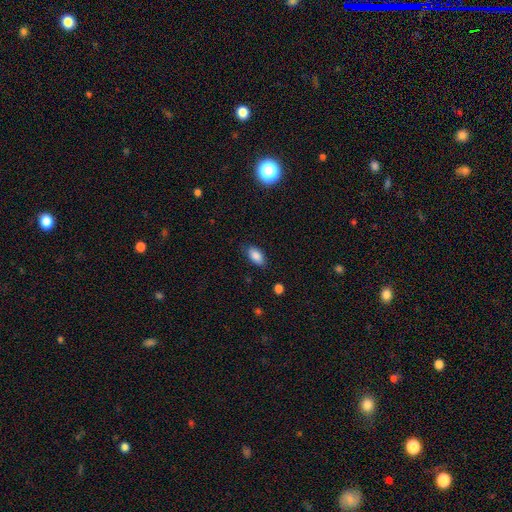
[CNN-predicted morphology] A smooth galaxy with no disk features (86%) that is in between round and cigar-shaped (91%). Merging: none (82%).